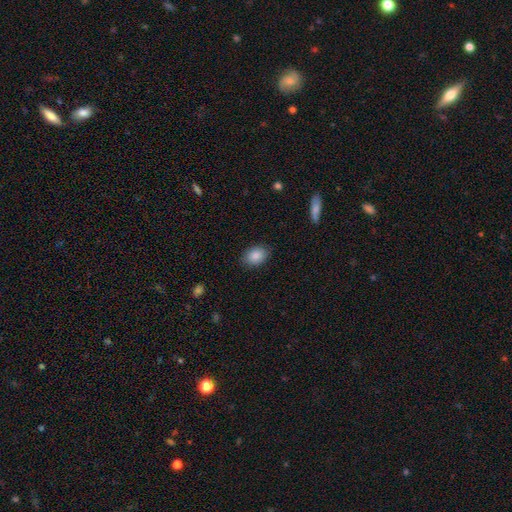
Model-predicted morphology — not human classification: This is clearly a smooth galaxy (87%). How rounded: likely in between (76%). Merging: clearly none (85%).